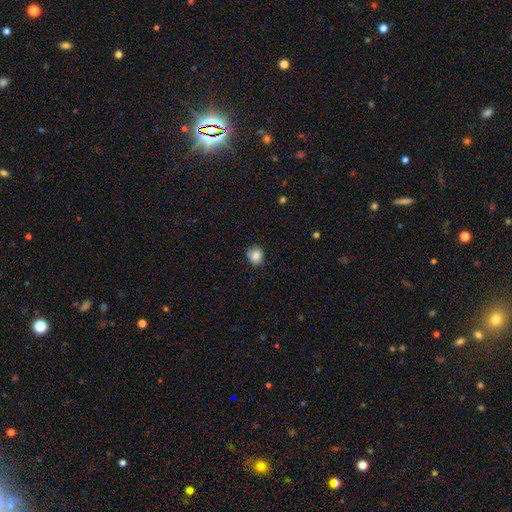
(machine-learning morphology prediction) A smooth galaxy with no disk features (84%) that is round (73%). Merging: none (68%).